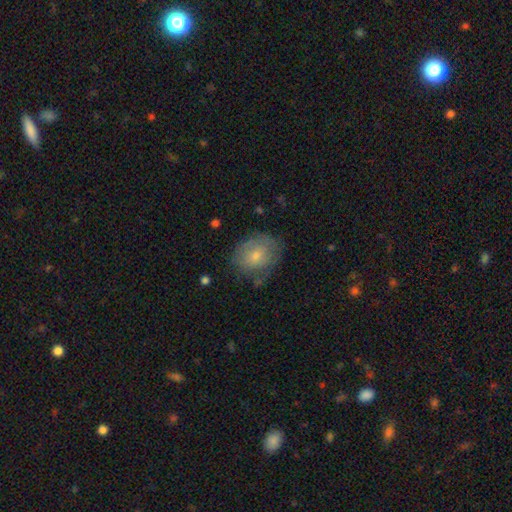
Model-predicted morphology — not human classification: smooth_or_featured: smooth (p=0.64) [alt: featured or disk p=0.27]
how_rounded: in between (p=0.50) [alt: round p=0.48]
merging: none (p=0.66) [alt: minor disturbance p=0.24]